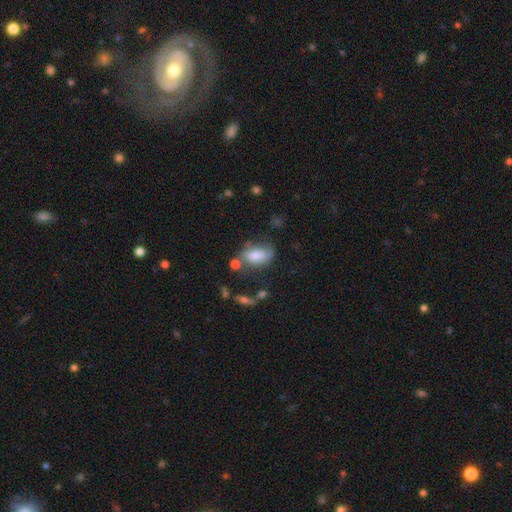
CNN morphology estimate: Q: Smooth or featured?
A: smooth (66%); runner-up: featured or disk (25%)
Q: How rounded?
A: in between (86%); runner-up: round (10%)
Q: Merging?
A: none (45%); runner-up: minor disturbance (26%)